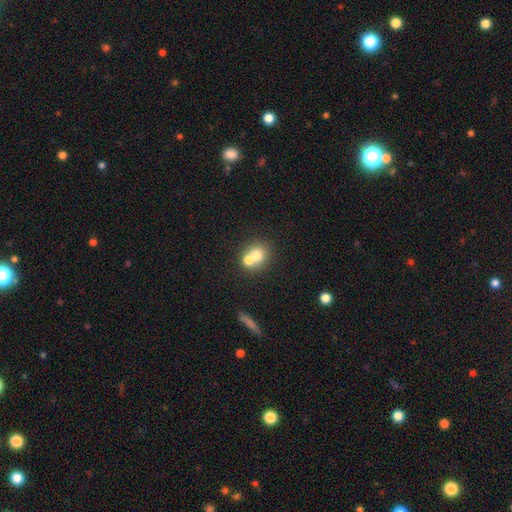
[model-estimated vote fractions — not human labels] smooth_or_featured: smooth (p=0.70) [alt: featured or disk p=0.19]
how_rounded: round (p=0.80) [alt: in between p=0.19]
merging: merger (p=0.55) [alt: none p=0.37]